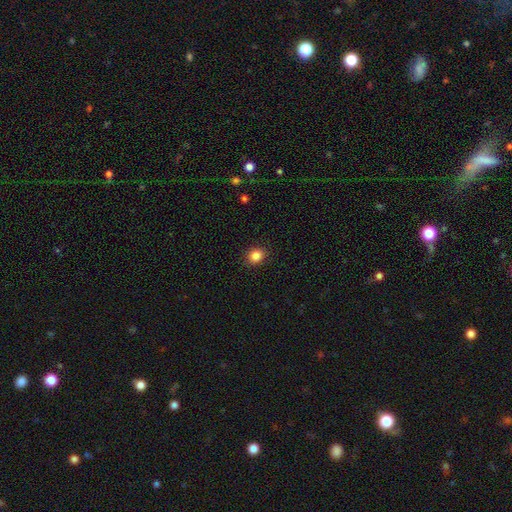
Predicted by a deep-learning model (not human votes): Morphology: type=smooth (85%); roundness=round (62%); merging=none (89%).